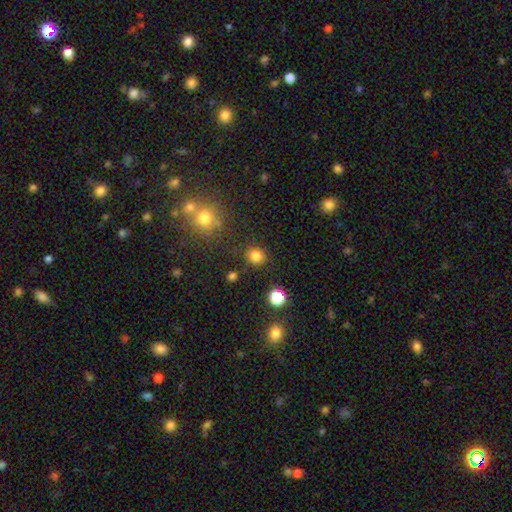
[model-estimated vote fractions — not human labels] This appears to be a smooth galaxy with no disk features (81%) that is round (84%). Merging: none (85%).